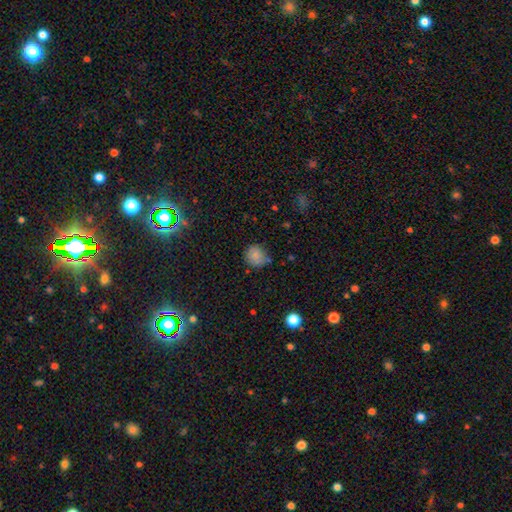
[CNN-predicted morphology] Smooth or featured: smooth — 84% (star or artifact — 10%)
How rounded: round — 85% (in between — 14%)
Merging: none — 70% (minor disturbance — 21%)